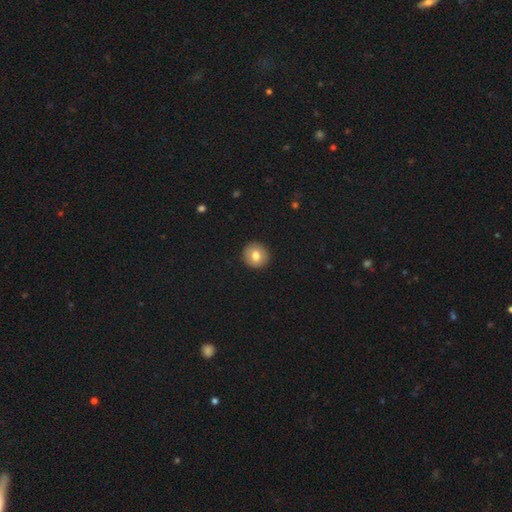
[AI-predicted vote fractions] smooth 75%, featured or disk 17%, star or artifact 8%. Down the decision tree: how rounded — round (91%); merging — none (92%).